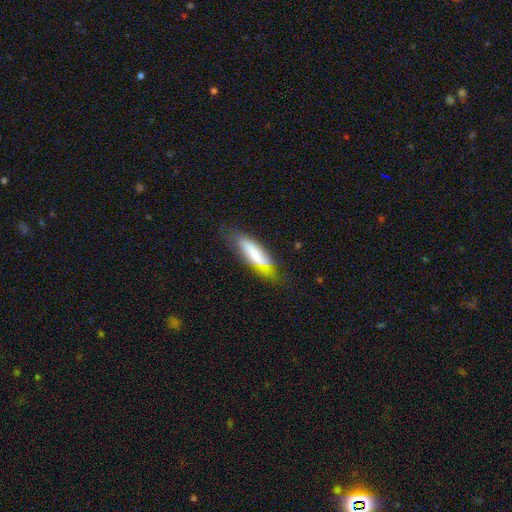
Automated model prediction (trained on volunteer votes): A smooth galaxy with no disk features (63%) that is cigar-shaped (59%). Merging: none (60%).